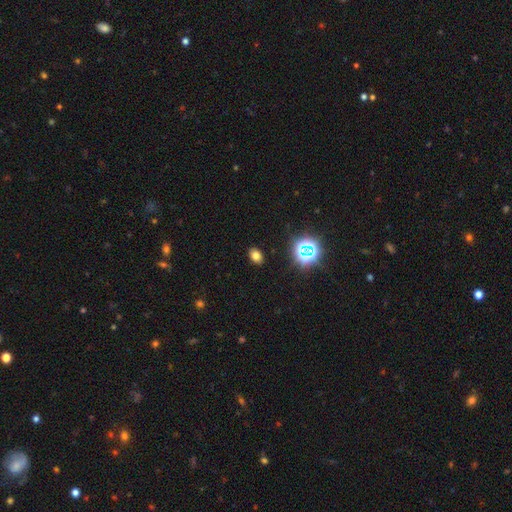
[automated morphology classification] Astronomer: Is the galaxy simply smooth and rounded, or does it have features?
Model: smooth — 71%.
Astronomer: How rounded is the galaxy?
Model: in between — 74%.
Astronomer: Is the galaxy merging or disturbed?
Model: none — 88%.